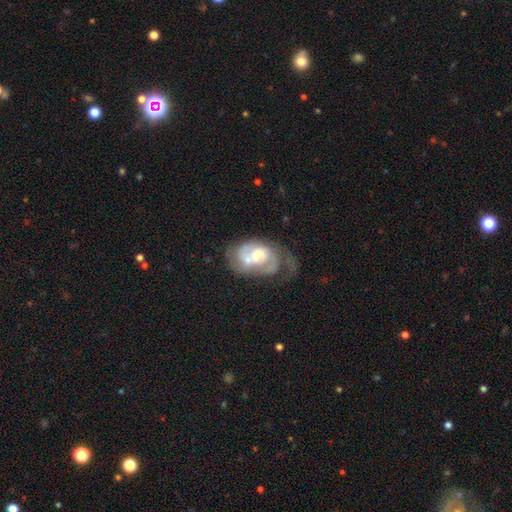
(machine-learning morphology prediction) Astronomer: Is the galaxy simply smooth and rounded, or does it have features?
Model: featured or disk — 70%.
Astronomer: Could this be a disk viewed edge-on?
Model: no — 97%.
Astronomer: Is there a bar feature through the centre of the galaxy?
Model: no — 61%.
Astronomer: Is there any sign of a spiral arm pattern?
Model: yes — 75%.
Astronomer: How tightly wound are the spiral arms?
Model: medium — 41% (runner-up: tight, 36%).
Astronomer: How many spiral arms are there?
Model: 2 — 42% (runner-up: can't tell, 28%).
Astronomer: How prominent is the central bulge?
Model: moderate — 46% (runner-up: small, 31%).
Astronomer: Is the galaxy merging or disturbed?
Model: major disturbance — 31% (runner-up: merger, 27%).